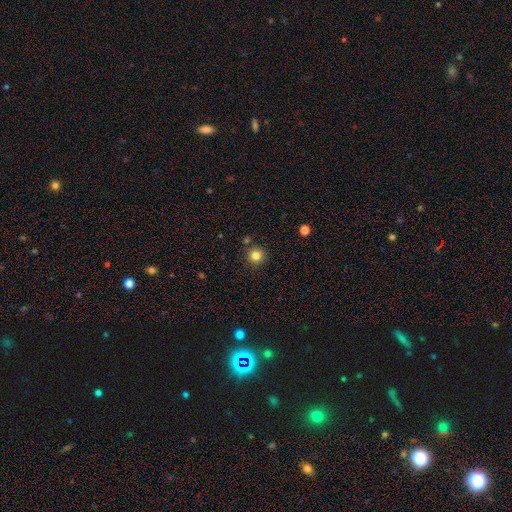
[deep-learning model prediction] The model was most divided on "smooth or featured": smooth: 82%, star or artifact: 13%, featured or disk: 6%. More confident: how rounded — round (94%); merging — none (86%).